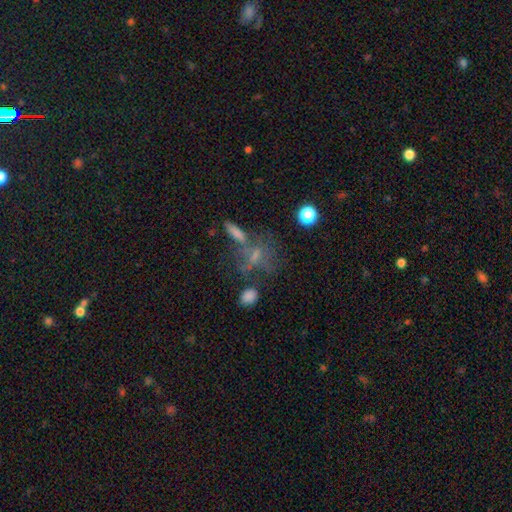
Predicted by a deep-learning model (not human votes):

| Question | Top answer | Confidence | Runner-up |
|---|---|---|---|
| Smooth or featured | smooth | 49% | featured or disk (29%) |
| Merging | none | 42% | merger (26%) |